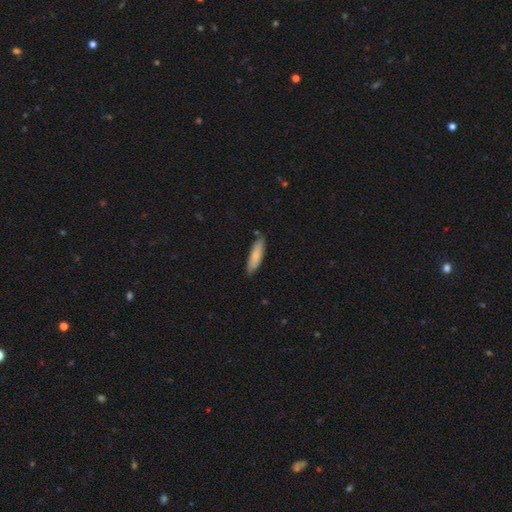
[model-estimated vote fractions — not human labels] Smooth or featured? smooth (78%)
How rounded? cigar-shaped (58%)
Merging? none (82%)